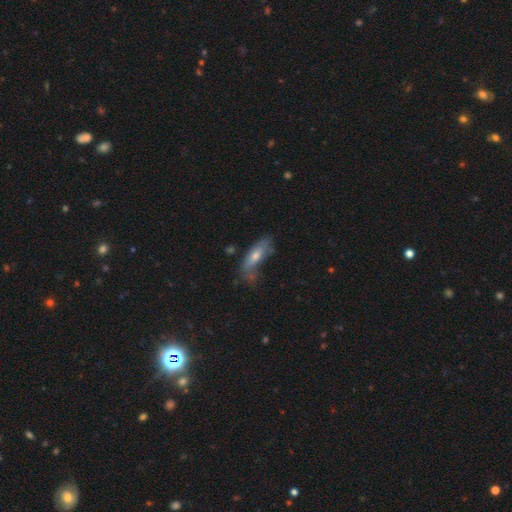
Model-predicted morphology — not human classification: A smooth galaxy with no disk features (52%) that is in between round and cigar-shaped (49%). Merging: none (45%).